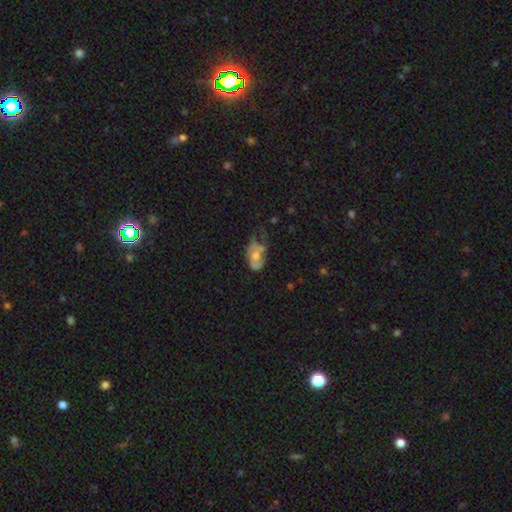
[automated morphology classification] This is possibly a smooth galaxy (48%). Merging: marginally major disturbance (35%).